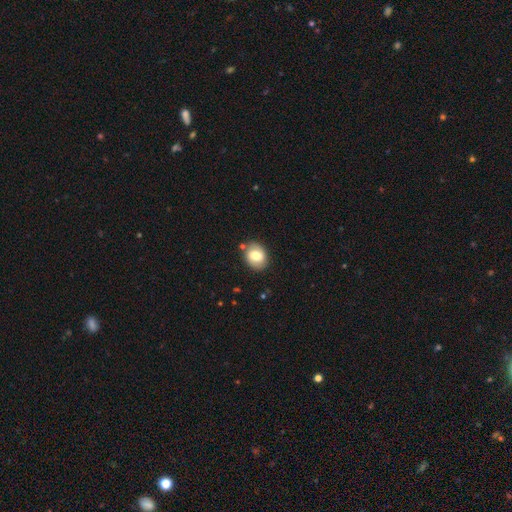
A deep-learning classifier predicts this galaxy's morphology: Smooth or featured?
  - smooth: 67% *
  - featured or disk: 25%
  - star or artifact: 8%
How rounded?
  - in between: 54% *
  - round: 45%
  - cigar-shaped: 1%
Merging?
  - none: 82% *
  - minor disturbance: 12%
  - major disturbance: 3%
  - merger: 3%